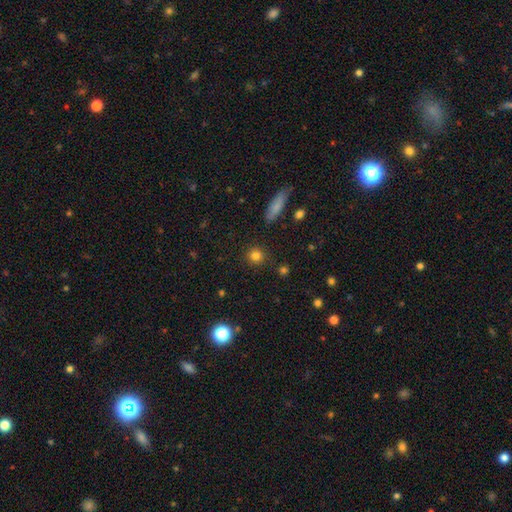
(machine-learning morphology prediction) Smooth or featured: smooth — 82% (star or artifact — 12%)
How rounded: round — 88% (in between — 11%)
Merging: none — 89% (minor disturbance — 7%)